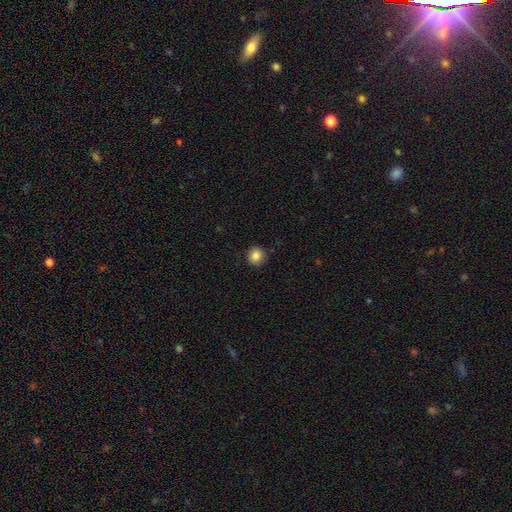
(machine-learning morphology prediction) Smooth or featured? smooth (86%)
How rounded? round (89%)
Merging? none (89%)